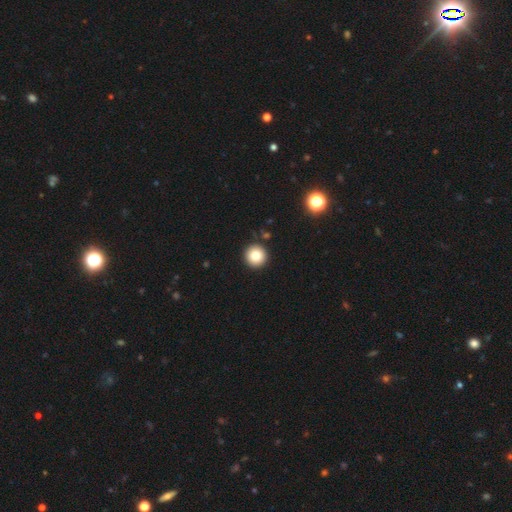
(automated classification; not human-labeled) Smooth or featured? smooth (81%)
How rounded? round (96%)
Merging? none (91%)